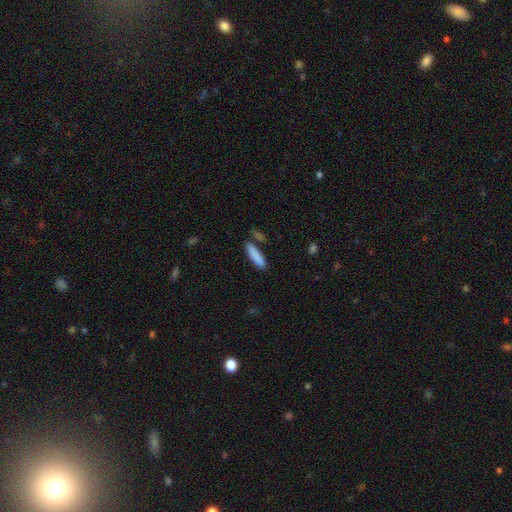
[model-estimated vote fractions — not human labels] Smooth or featured: smooth — 86% (featured or disk — 8%)
How rounded: cigar-shaped — 83% (in between — 16%)
Merging: none — 82% (minor disturbance — 10%)